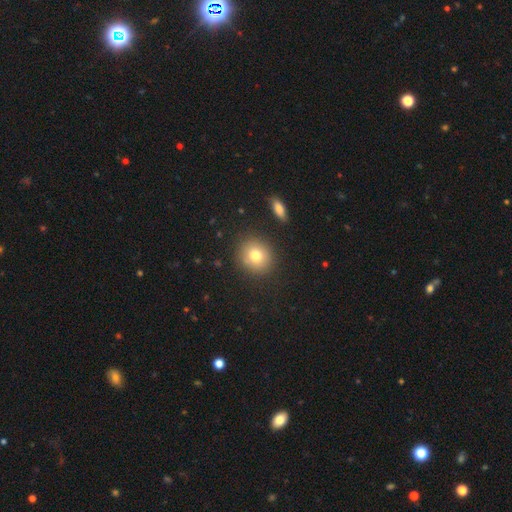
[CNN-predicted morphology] A smooth galaxy with no disk features (77%) that is round (81%). Merging: none (85%).